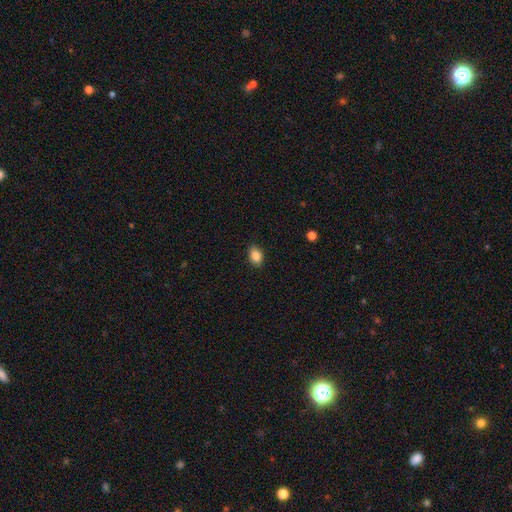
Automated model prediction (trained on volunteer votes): Smooth or featured? Predicted: smooth (p=0.88). How rounded? Predicted: in between (p=0.78). Merging? Predicted: none (p=0.88).